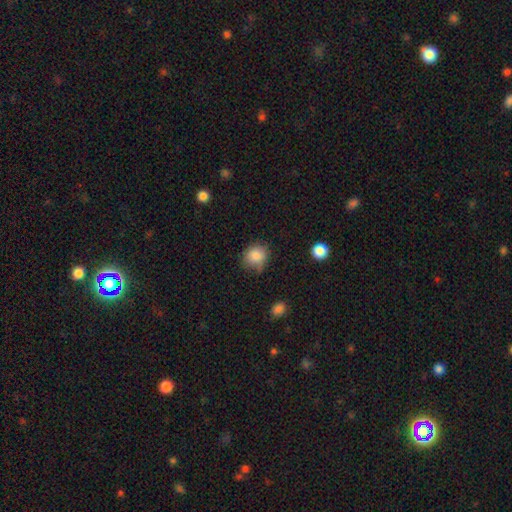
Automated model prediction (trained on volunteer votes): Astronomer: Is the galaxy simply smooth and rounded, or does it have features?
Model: smooth — 84%.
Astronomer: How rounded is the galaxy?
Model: round — 78%.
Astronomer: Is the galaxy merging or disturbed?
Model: none — 64%.